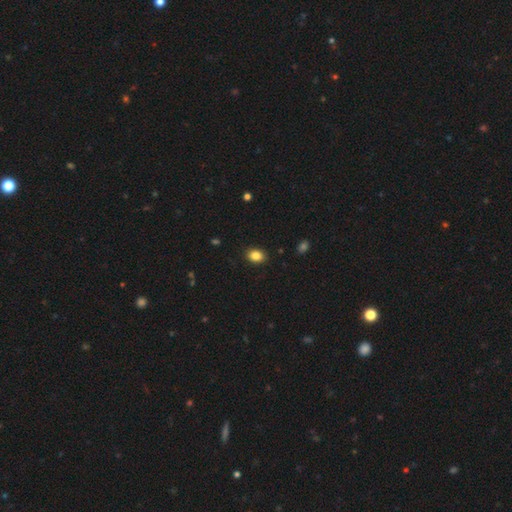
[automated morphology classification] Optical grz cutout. It shows a smooth galaxy with no disk features (86%) that is in between round and cigar-shaped (72%). Merging: none (89%).